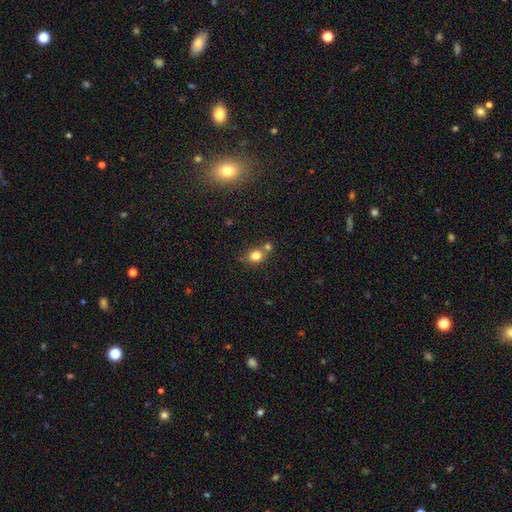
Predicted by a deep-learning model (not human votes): smooth-or-featured: smooth: 79% | star or artifact: 12% | featured or disk: 9%
  how-rounded: round: 67% | in between: 32% | cigar-shaped: 1%
  merging: none: 53% | merger: 33% | minor disturbance: 10% | major disturbance: 3%